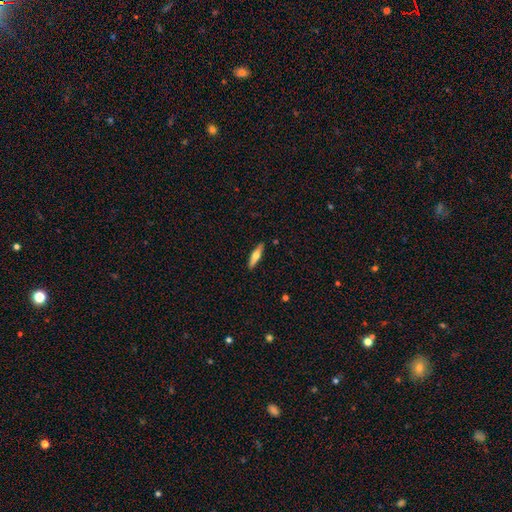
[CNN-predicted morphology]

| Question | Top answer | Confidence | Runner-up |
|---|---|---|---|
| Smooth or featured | smooth | 50% | featured or disk (45%) |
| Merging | none | 90% | minor disturbance (7%) |